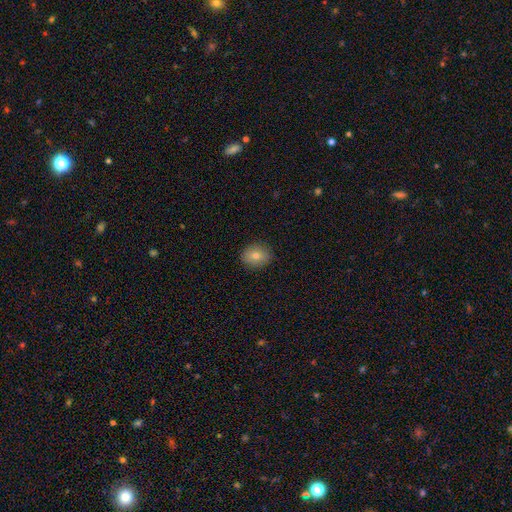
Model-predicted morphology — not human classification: This appears to be a smooth galaxy with no disk features (74%) that is round (52%). Merging: none (89%).